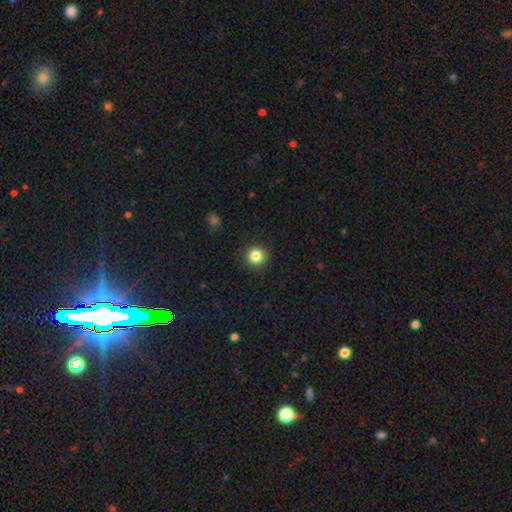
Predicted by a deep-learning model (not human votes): A smooth galaxy with no disk features (84%) that is round (95%).

Vote fractions:
- Smooth or featured? smooth: 84% / star or artifact: 11% / featured or disk: 5%
- How rounded? round: 95% / in between: 4% / cigar-shaped: 1%
- Merging? none: 91% / minor disturbance: 6% / major disturbance: 2% / merger: 1%